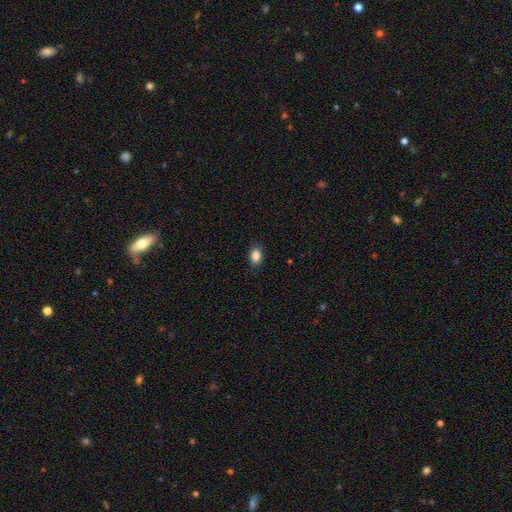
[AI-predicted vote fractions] The model was most divided on "how rounded": in between: 80%, round: 19%, cigar-shaped: 1%. More confident: merging — none (88%); smooth or featured — smooth (87%).